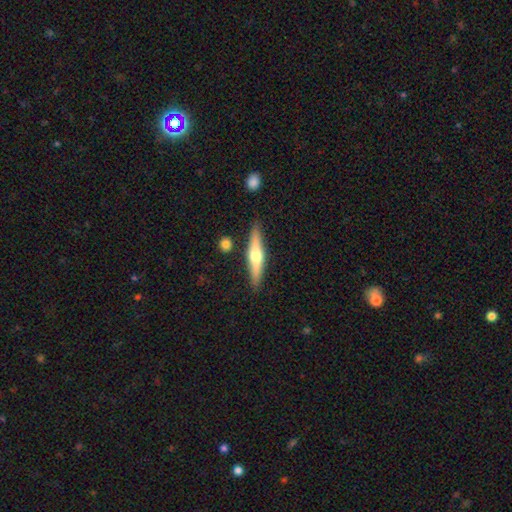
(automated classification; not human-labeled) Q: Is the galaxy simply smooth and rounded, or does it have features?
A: featured or disk — 53%.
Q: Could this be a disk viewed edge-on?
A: yes — 94%.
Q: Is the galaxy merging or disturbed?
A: none — 86%.